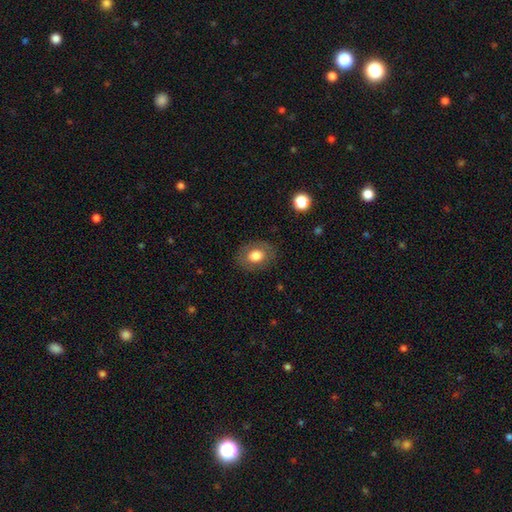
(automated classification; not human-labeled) Overall: smooth (75%). How rounded: in between (60%; round 39%). Merging: none (83%).